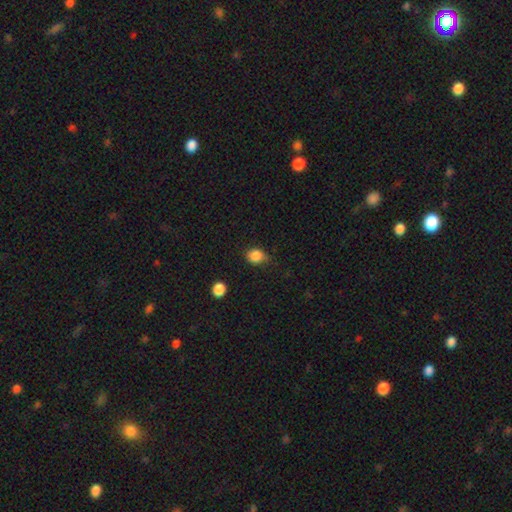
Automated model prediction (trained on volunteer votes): The model was most divided on "how rounded": round: 63%, in between: 36%, cigar-shaped: 1%. More confident: smooth or featured — smooth (86%); merging — none (67%).